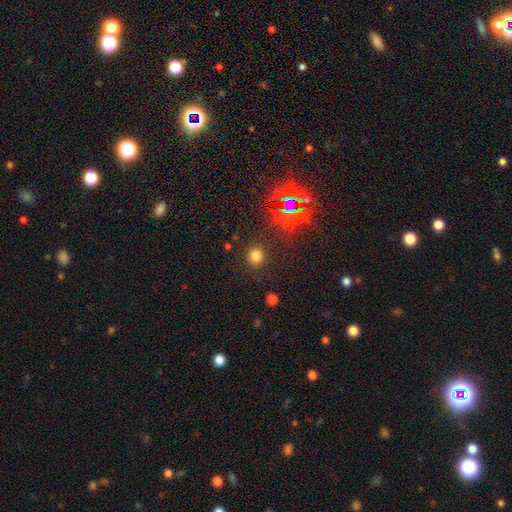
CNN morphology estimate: smooth 72%, star or artifact 22%, featured or disk 6%. Down the decision tree: how rounded — round (83%); merging — none (86%).